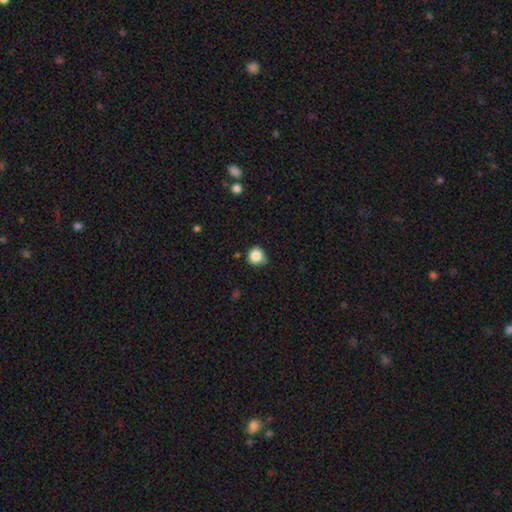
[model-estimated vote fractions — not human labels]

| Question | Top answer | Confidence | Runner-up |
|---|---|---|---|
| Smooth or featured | smooth | 84% | star or artifact (11%) |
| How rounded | round | 88% | in between (11%) |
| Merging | none | 68% | minor disturbance (25%) |